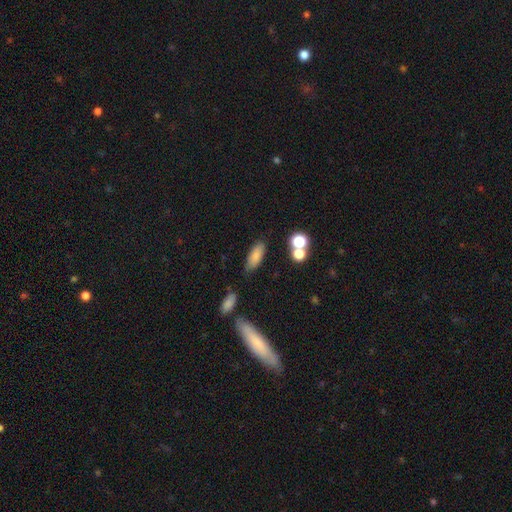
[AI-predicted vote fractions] smooth-or-featured: smooth: 81% | featured or disk: 10% | star or artifact: 10%
  how-rounded: in between: 70% | cigar-shaped: 26% | round: 4%
  merging: none: 73% | minor disturbance: 16% | merger: 7% | major disturbance: 5%